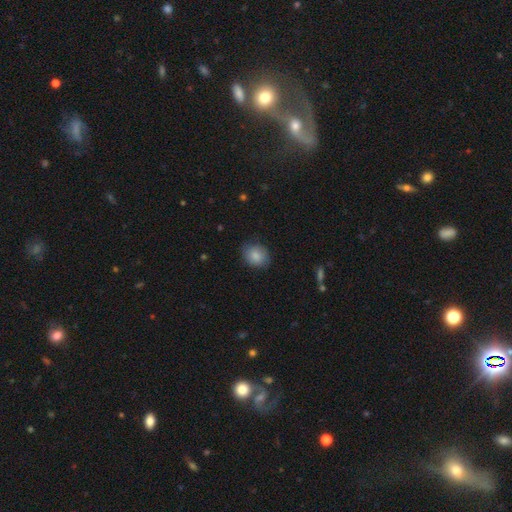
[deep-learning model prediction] smooth-or-featured: smooth: 86% | star or artifact: 7% | featured or disk: 7%
  how-rounded: round: 57% | in between: 42% | cigar-shaped: 1%
  merging: none: 80% | minor disturbance: 16% | major disturbance: 3% | merger: 1%